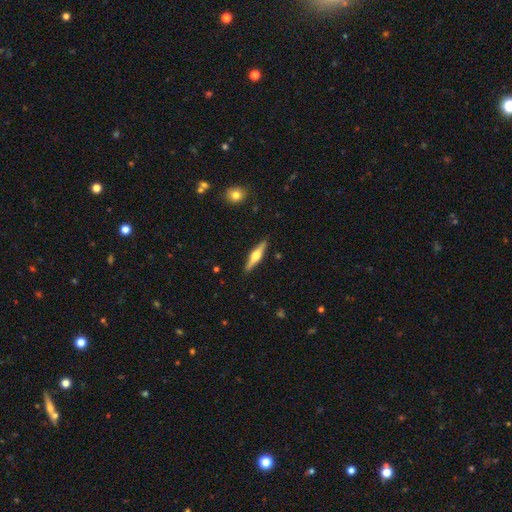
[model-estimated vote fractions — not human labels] Morphology: type=featured or disk (66%); edge-on=yes (97%); edge-on bulge=rounded (92%); merging=none (90%).